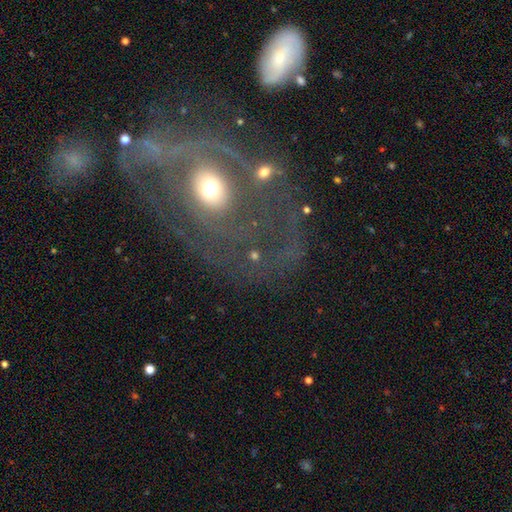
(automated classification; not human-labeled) smooth-or-featured: featured or disk: 69% | smooth: 20% | star or artifact: 11%
  disk-edge-on: no: 95% | yes: 5%
    bar: no: 77% | weak: 16% | strong: 8%
    has-spiral-arms: yes: 52% | no: 48%
    bulge-size: moderate: 64% | small: 22% | large: 10% | dominant: 3% | none: 2%
  merging: none: 54% | major disturbance: 22% | minor disturbance: 17% | merger: 7%